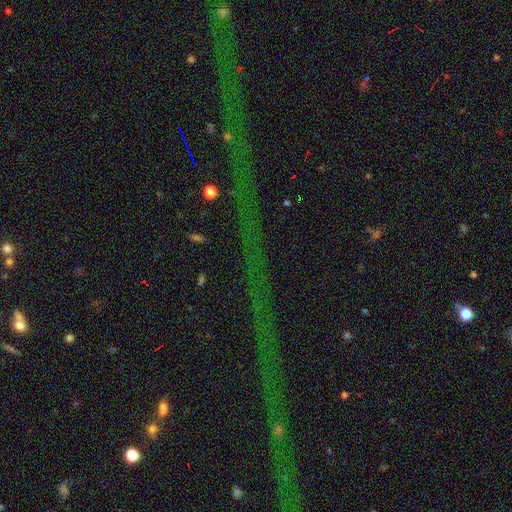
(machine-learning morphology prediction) A star or artifact, not a galaxy (80%).

Vote fractions:
- Smooth or featured? star or artifact: 80% / featured or disk: 11% / smooth: 9%